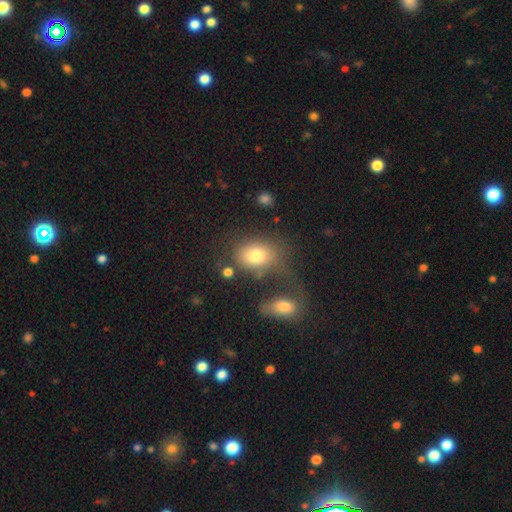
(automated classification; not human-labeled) A smooth galaxy with no disk features (77%) that is in between round and cigar-shaped (65%).

Vote fractions:
- Smooth or featured? smooth: 77% / featured or disk: 13% / star or artifact: 10%
- How rounded? in between: 65% / round: 34% / cigar-shaped: 1%
- Merging? none: 48% / merger: 27% / minor disturbance: 14% / major disturbance: 11%